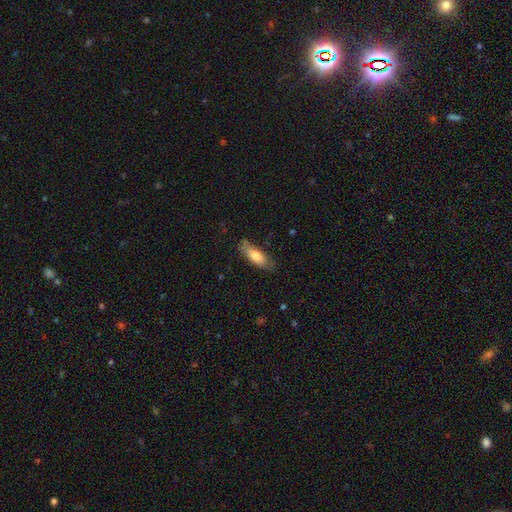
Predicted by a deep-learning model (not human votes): Morphology: type=smooth (71%); roundness=in between (61%); merging=none (73%).